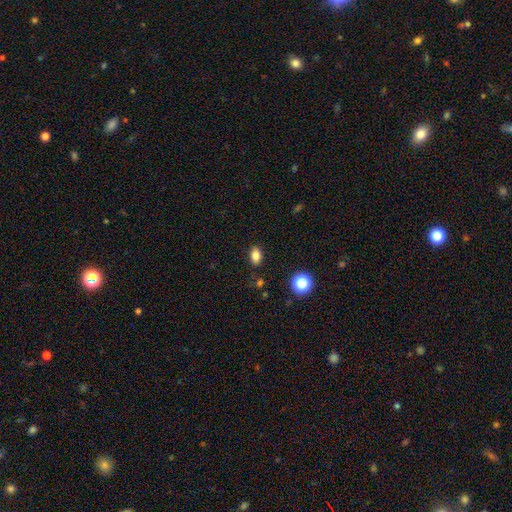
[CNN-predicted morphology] A smooth galaxy with no disk features (81%) that is in between round and cigar-shaped (83%). Merging: none (86%).